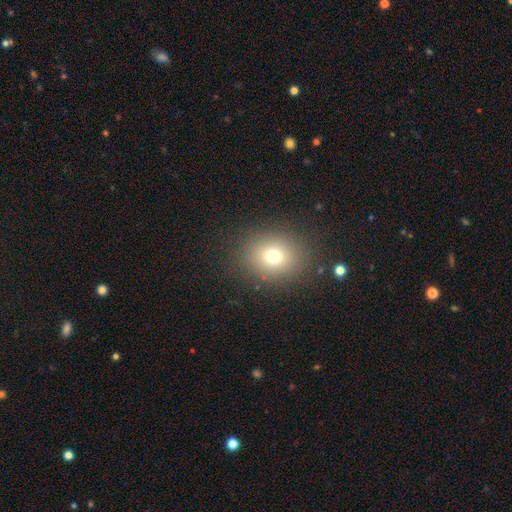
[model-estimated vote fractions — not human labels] Morphology: type=smooth (70%); roundness=round (60%); merging=none (89%).